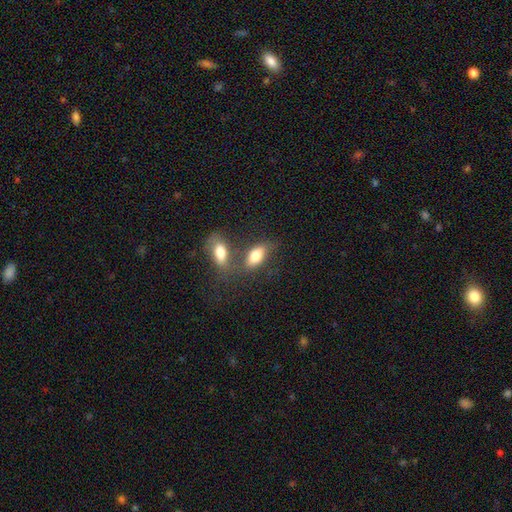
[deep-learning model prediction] The model was most divided on "merging": none: 47%, merger: 34%, minor disturbance: 13%, major disturbance: 6%. More confident: how rounded — in between (87%); smooth or featured — smooth (77%).